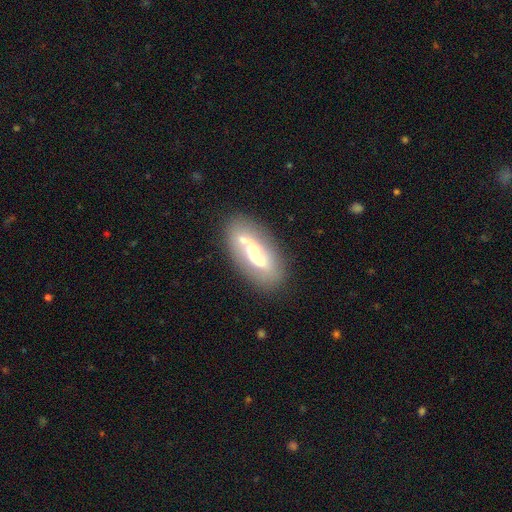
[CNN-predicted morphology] type=featured or disk (62%); edge-on=no (90%); bar=no (47%); spiral arms=yes (69%); bulge=moderate (46%); merging=none (68%).